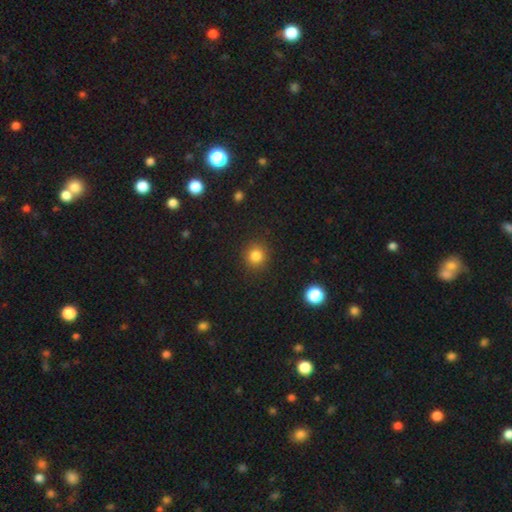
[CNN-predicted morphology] Q: Smooth or featured?
A: smooth (83%); runner-up: star or artifact (12%)
Q: How rounded?
A: round (91%); runner-up: in between (9%)
Q: Merging?
A: none (90%); runner-up: minor disturbance (6%)